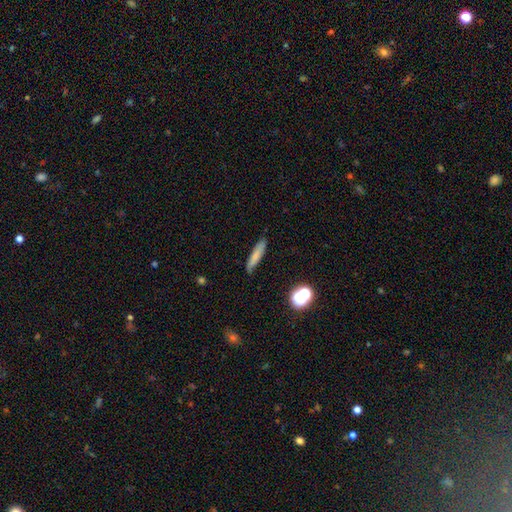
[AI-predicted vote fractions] Smooth or featured? smooth (75%)
How rounded? cigar-shaped (83%)
Merging? none (80%)